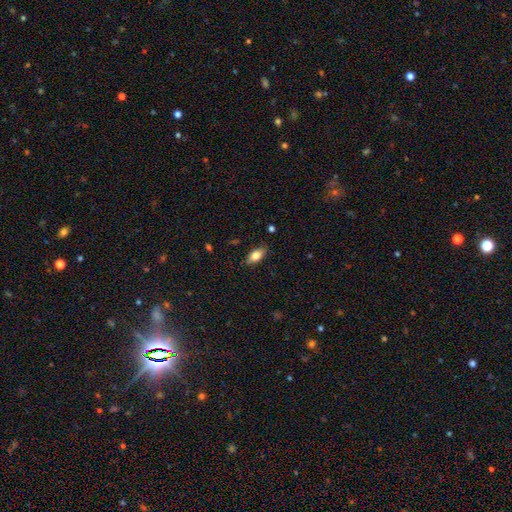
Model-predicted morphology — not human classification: A smooth galaxy with no disk features (80%) that is in between round and cigar-shaped (88%). Merging: none (83%).